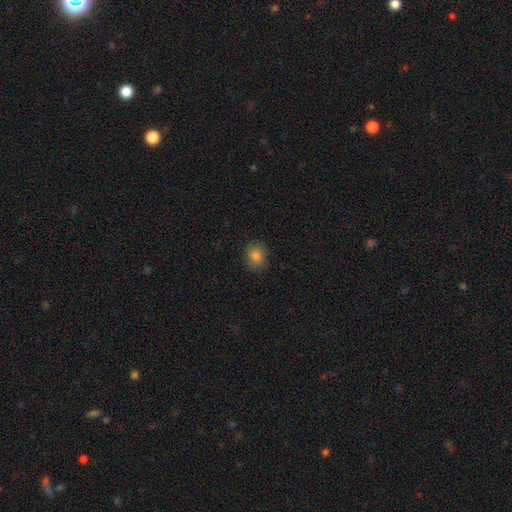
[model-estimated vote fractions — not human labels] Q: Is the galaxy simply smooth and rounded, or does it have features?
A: smooth — 82%.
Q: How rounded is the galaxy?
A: round — 63%.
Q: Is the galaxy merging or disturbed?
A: none — 86%.